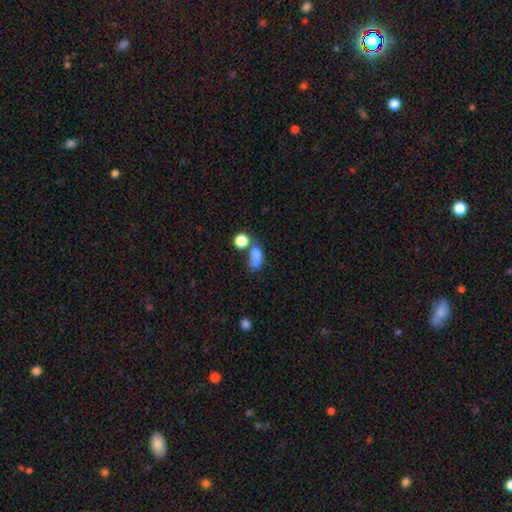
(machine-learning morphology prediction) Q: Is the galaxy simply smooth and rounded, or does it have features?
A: smooth — 75%.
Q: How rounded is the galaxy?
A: in between — 73%.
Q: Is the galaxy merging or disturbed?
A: merger — 38%.